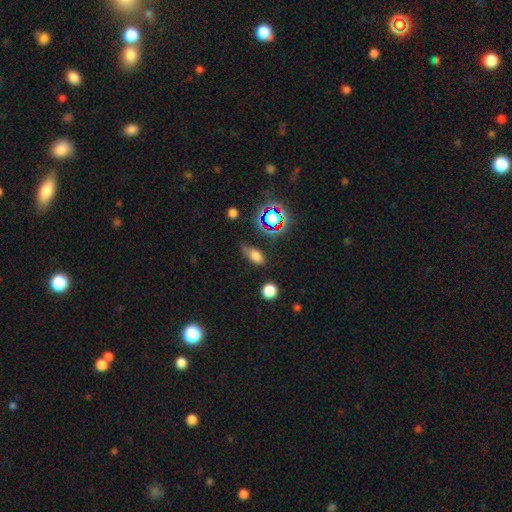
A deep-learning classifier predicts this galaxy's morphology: This appears to be a smooth galaxy with no disk features (71%) that is in between round and cigar-shaped (79%). Merging: none (53%).